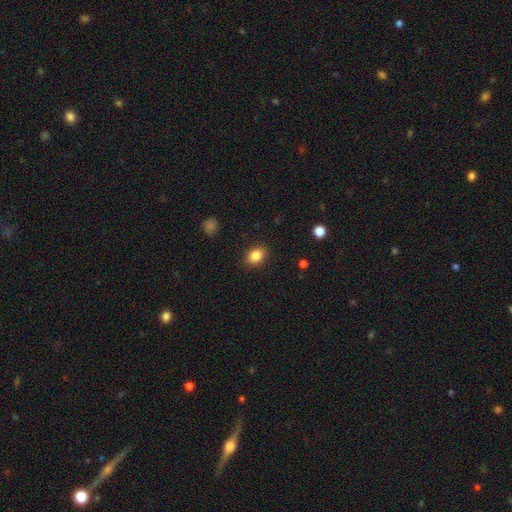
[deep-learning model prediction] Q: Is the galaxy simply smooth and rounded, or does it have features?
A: smooth — 85%.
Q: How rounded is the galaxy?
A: in between — 57%.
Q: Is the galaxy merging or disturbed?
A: none — 88%.